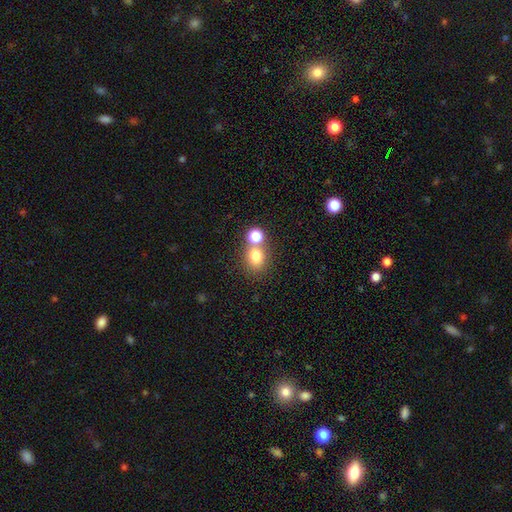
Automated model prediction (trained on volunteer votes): Smooth or featured?
  - smooth: 76% *
  - star or artifact: 15%
  - featured or disk: 9%
How rounded?
  - round: 65% *
  - in between: 34%
  - cigar-shaped: 1%
Merging?
  - none: 59% *
  - merger: 28%
  - minor disturbance: 9%
  - major disturbance: 4%